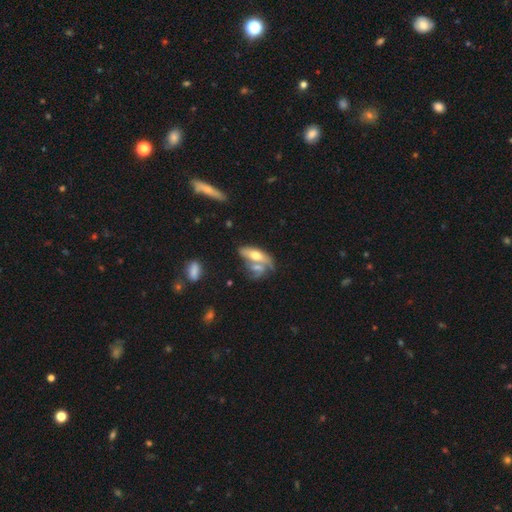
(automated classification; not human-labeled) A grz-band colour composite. It shows a smooth galaxy with no disk features (50%) that is in between round and cigar-shaped (66%). Merging: merger (45%).